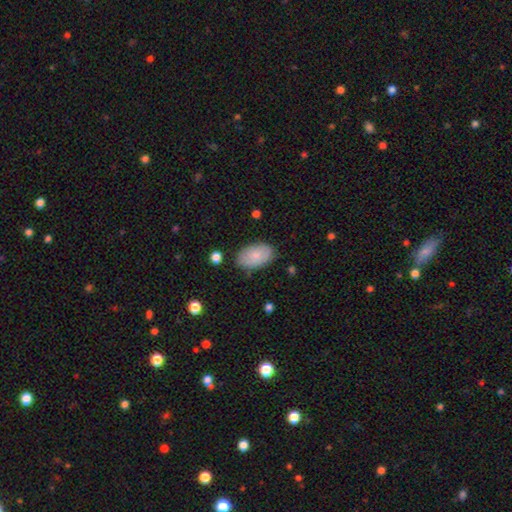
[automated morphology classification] type=smooth (80%); roundness=in between (93%); merging=none (82%).